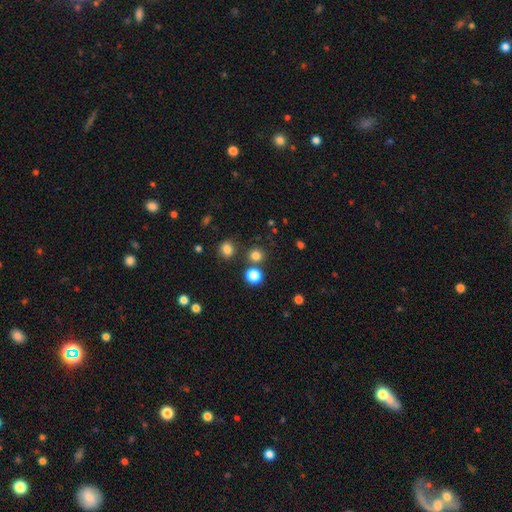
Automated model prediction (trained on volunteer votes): A smooth galaxy with no disk features (78%) that is round (90%). Merging: none (78%).